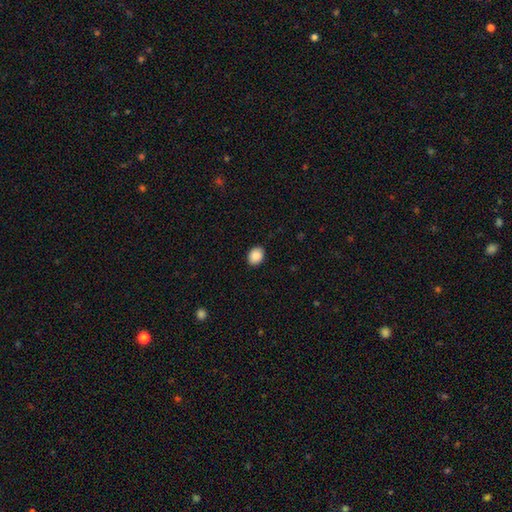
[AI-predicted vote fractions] The model was most divided on "how rounded": in between: 59%, round: 40%, cigar-shaped: 1%. More confident: merging — none (90%); smooth or featured — smooth (90%).